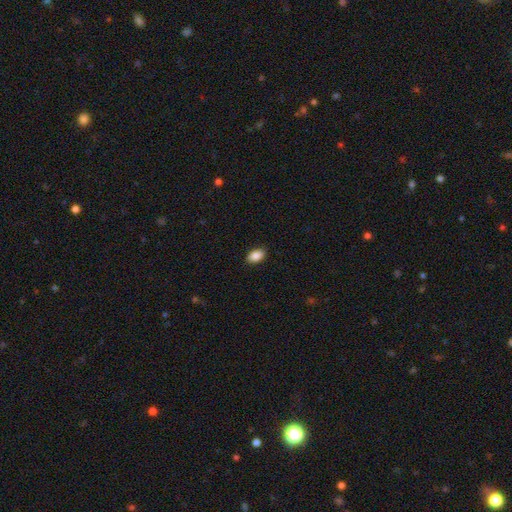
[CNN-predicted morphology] Smooth or featured? Predicted: smooth (p=0.87). How rounded? Predicted: in between (p=0.91). Merging? Predicted: none (p=0.89).